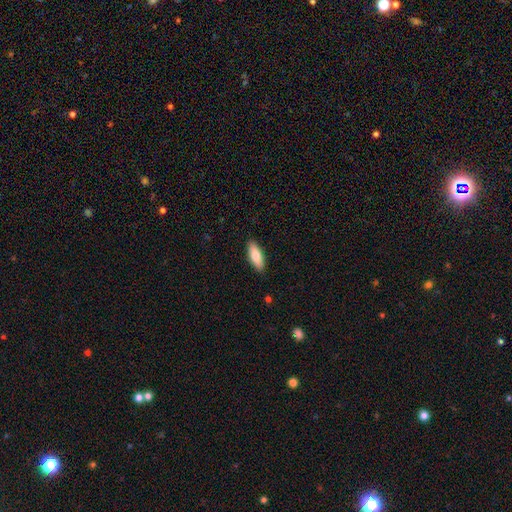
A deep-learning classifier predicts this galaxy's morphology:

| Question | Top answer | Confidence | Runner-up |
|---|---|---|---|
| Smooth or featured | smooth | 80% | featured or disk (14%) |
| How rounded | in between | 67% | cigar-shaped (31%) |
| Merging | none | 89% | minor disturbance (8%) |